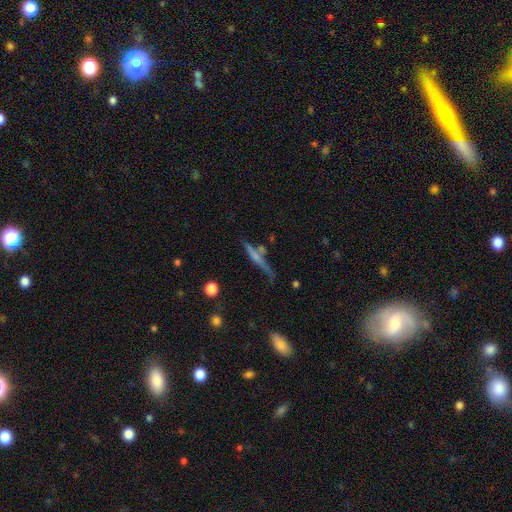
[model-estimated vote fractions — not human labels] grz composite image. It shows a featured or disk galaxy (49%). Merging: none (58%).